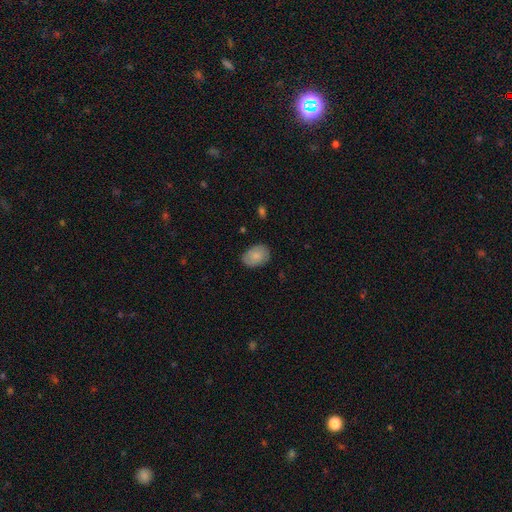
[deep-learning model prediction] smooth-or-featured: smooth: 82% | featured or disk: 12% | star or artifact: 6%
  how-rounded: in between: 79% | round: 20% | cigar-shaped: 1%
  merging: none: 82% | minor disturbance: 14% | major disturbance: 3% | merger: 1%